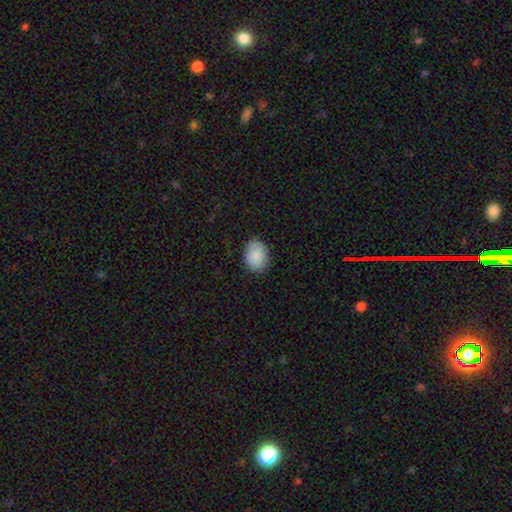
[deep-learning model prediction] smooth 87%, star or artifact 7%, featured or disk 6%. Down the decision tree: how rounded — in between (68%); merging — none (84%).